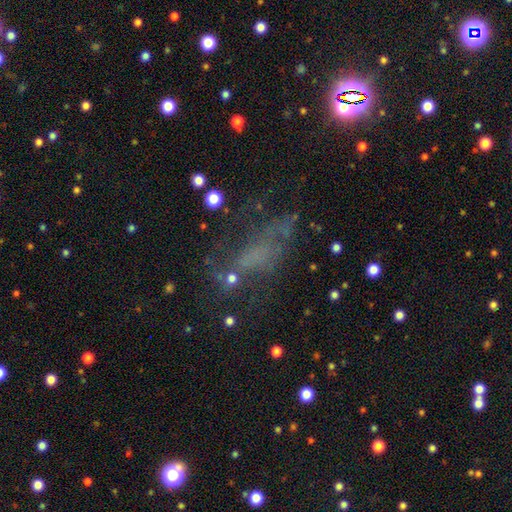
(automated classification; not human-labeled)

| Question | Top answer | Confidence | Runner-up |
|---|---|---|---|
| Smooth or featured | featured or disk | 36% | smooth (32%) |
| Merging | none | 42% | major disturbance (31%) |